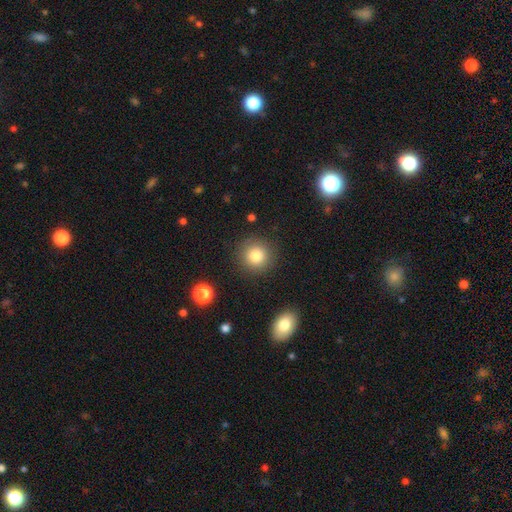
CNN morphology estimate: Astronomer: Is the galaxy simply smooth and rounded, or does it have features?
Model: smooth — 82%.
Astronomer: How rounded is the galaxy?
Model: round — 93%.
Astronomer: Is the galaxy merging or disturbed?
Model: none — 89%.